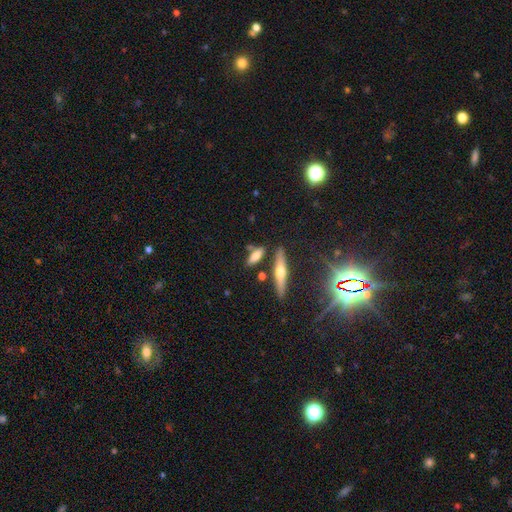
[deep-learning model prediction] Smooth or featured?
  - smooth: 63% *
  - featured or disk: 28%
  - star or artifact: 9%
How rounded?
  - in between: 49% *
  - cigar-shaped: 47%
  - round: 4%
Merging?
  - none: 67% *
  - minor disturbance: 14%
  - merger: 14%
  - major disturbance: 4%